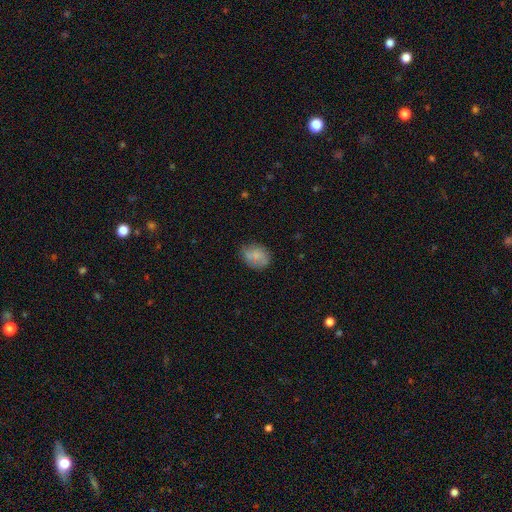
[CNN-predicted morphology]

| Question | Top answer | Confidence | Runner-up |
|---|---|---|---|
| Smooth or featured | smooth | 73% | featured or disk (18%) |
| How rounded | in between | 55% | round (43%) |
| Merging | none | 70% | minor disturbance (22%) |